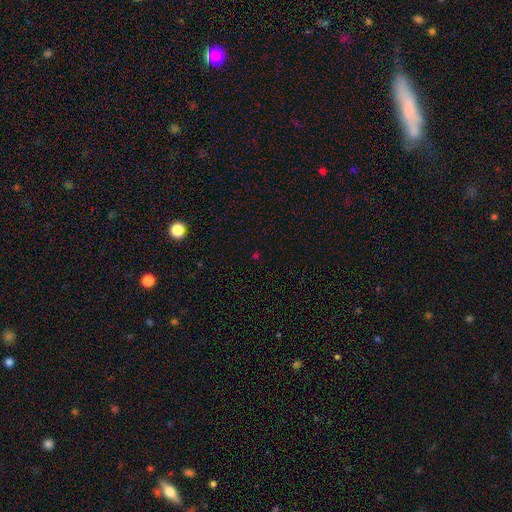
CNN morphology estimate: Smooth or featured?
  - star or artifact: 62% *
  - smooth: 31%
  - featured or disk: 7%